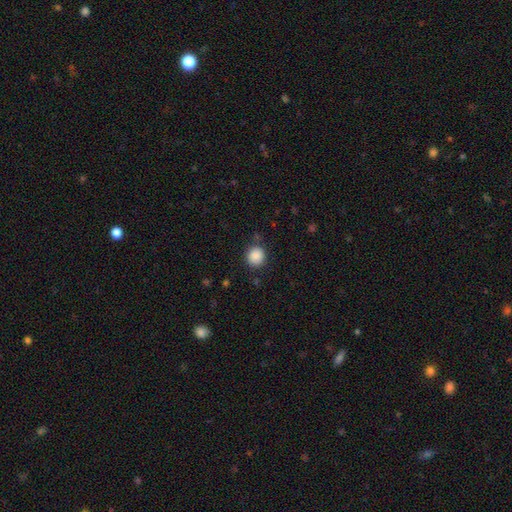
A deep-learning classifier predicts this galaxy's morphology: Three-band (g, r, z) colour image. It shows a smooth galaxy with no disk features (88%) that is round (87%). Merging: none (83%).